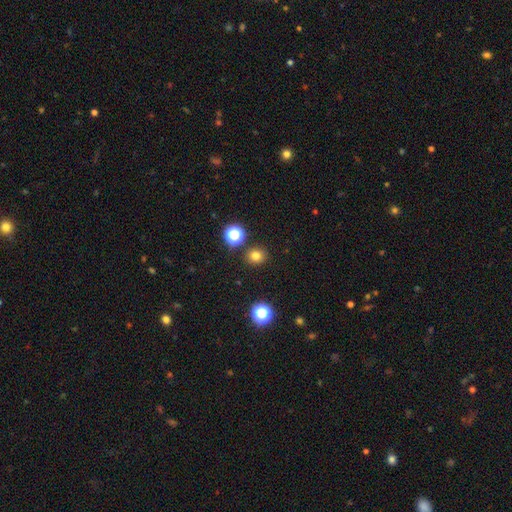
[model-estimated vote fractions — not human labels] Morphology: type=smooth (77%); roundness=round (82%); merging=none (88%).